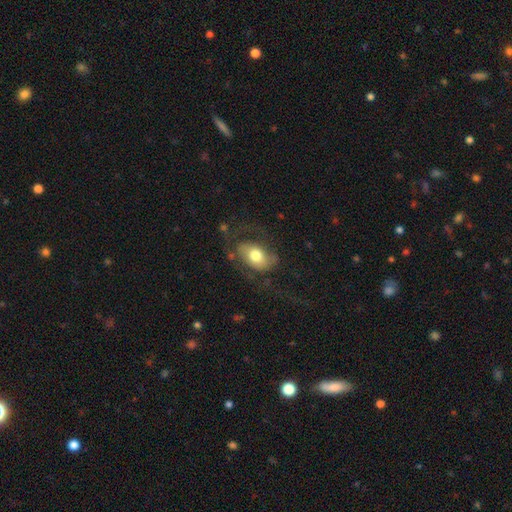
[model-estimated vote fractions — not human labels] Morphology: type=smooth (47%); merging=none (46%).